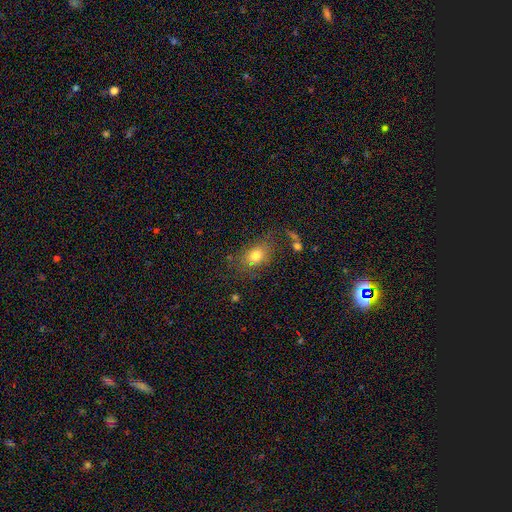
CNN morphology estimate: type=smooth (77%); roundness=in between (71%); merging=none (68%).